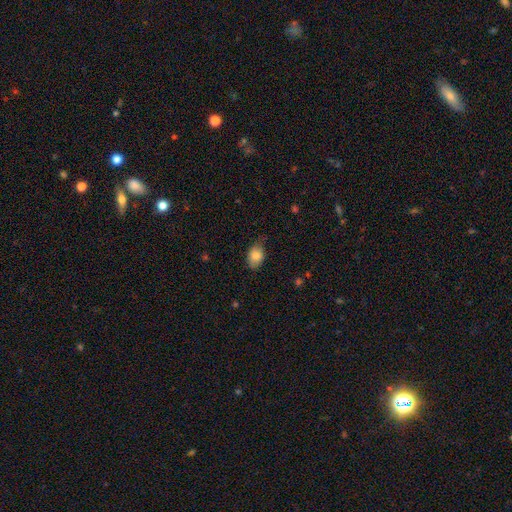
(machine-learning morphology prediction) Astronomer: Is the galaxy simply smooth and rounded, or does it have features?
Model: smooth — 83%.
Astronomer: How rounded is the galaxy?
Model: in between — 82%.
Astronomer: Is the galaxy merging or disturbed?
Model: none — 68%.